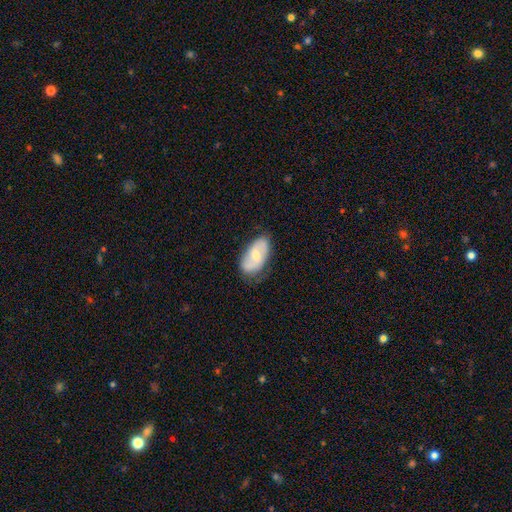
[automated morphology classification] Smooth or featured? featured or disk (48%)
Merging? none (69%)